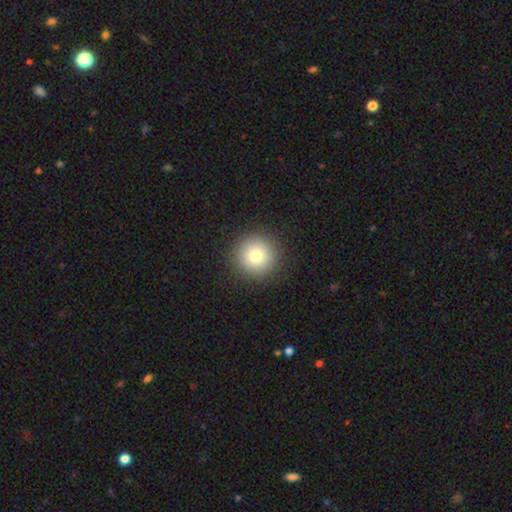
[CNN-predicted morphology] A smooth galaxy with no disk features (79%) that is round (96%).

Vote fractions:
- Smooth or featured? smooth: 79% / star or artifact: 11% / featured or disk: 10%
- How rounded? round: 96% / in between: 3% / cigar-shaped: 1%
- Merging? none: 92% / minor disturbance: 5% / major disturbance: 2% / merger: 1%